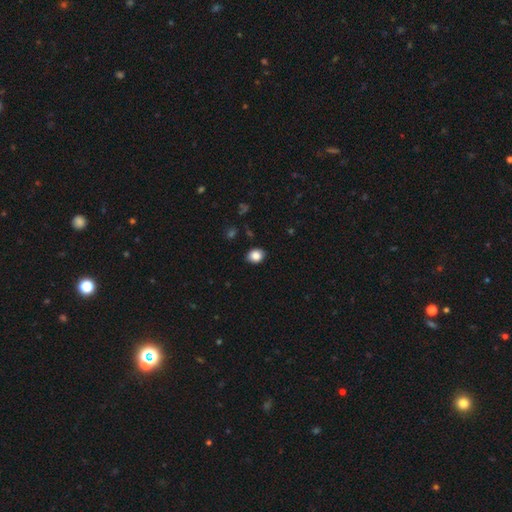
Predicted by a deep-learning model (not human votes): A smooth galaxy with no disk features (86%) that is round (50%). Merging: none (87%).